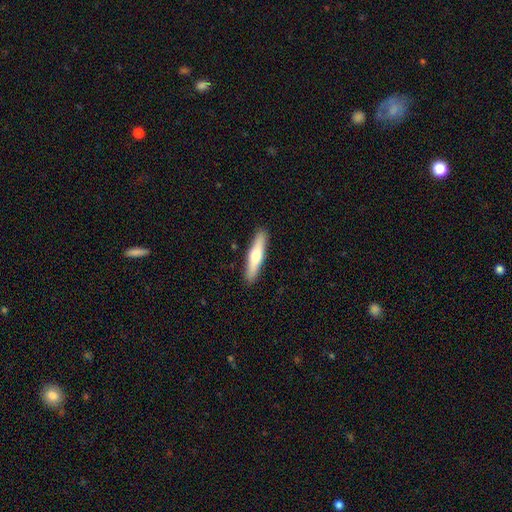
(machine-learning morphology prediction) smooth-or-featured: smooth: 59% | featured or disk: 36% | star or artifact: 5%
  how-rounded: cigar-shaped: 84% | in between: 14% | round: 1%
  merging: none: 90% | minor disturbance: 7% | major disturbance: 2% | merger: 1%